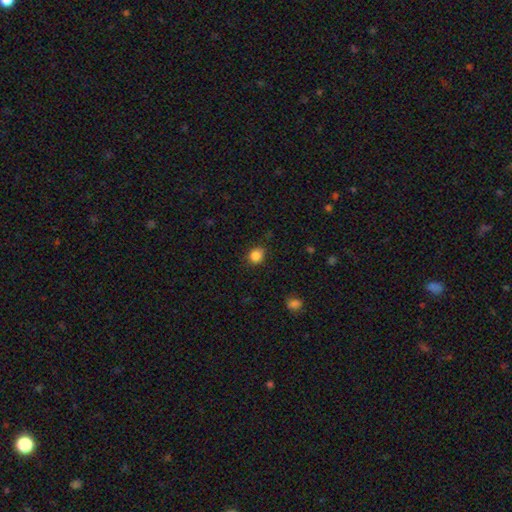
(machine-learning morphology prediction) Overall: smooth (85%). How rounded: round (76%). Merging: none (81%).